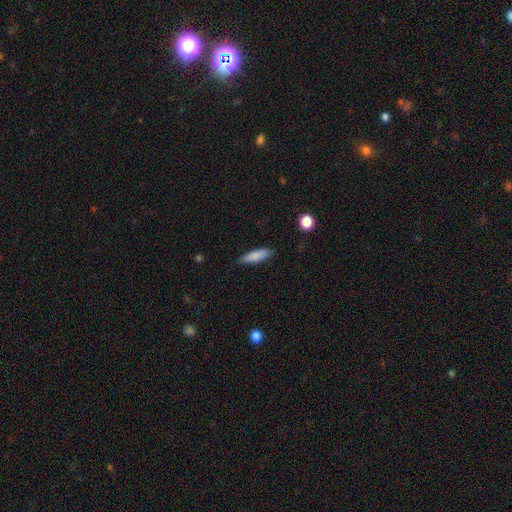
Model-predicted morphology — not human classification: Smooth or featured? Predicted: smooth (p=0.81). How rounded? Predicted: cigar-shaped (p=0.67). Merging? Predicted: none (p=0.84).